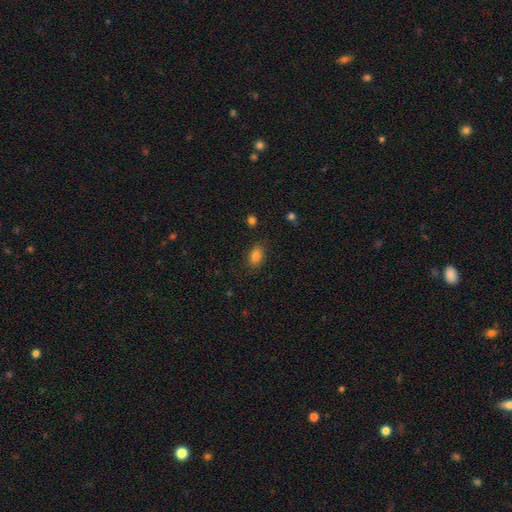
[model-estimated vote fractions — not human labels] Q: Smooth or featured?
A: smooth (83%); runner-up: star or artifact (10%)
Q: How rounded?
A: in between (85%); runner-up: round (14%)
Q: Merging?
A: none (84%); runner-up: minor disturbance (11%)